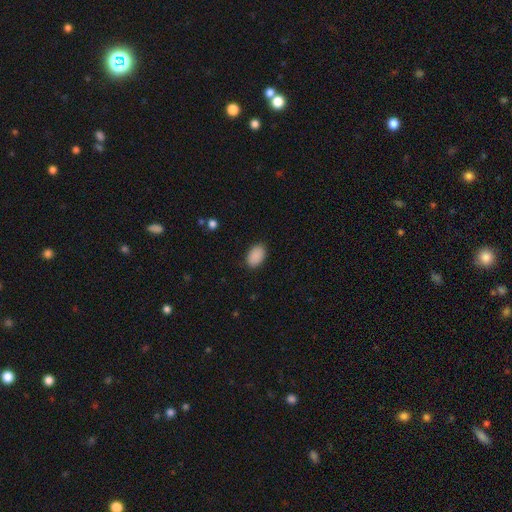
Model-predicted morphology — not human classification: The model was most divided on "merging": none: 87%, minor disturbance: 9%, major disturbance: 2%, merger: 1%. More confident: how rounded — in between (91%); smooth or featured — smooth (90%).